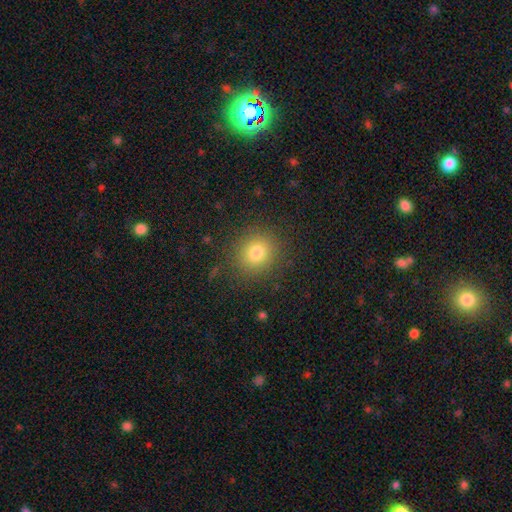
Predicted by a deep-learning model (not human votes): Smooth or featured?
  - smooth: 79% *
  - star or artifact: 13%
  - featured or disk: 8%
How rounded?
  - round: 86% *
  - in between: 13%
  - cigar-shaped: 1%
Merging?
  - none: 87% *
  - minor disturbance: 8%
  - major disturbance: 3%
  - merger: 1%